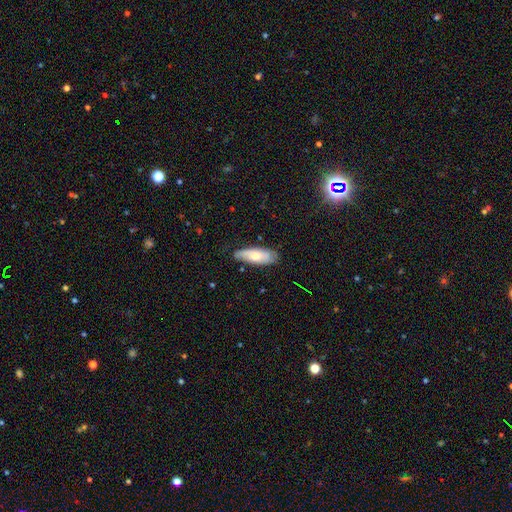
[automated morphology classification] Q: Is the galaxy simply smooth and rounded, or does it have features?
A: smooth — 62%.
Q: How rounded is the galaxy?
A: in between — 67%.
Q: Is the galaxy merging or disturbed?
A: none — 74%.